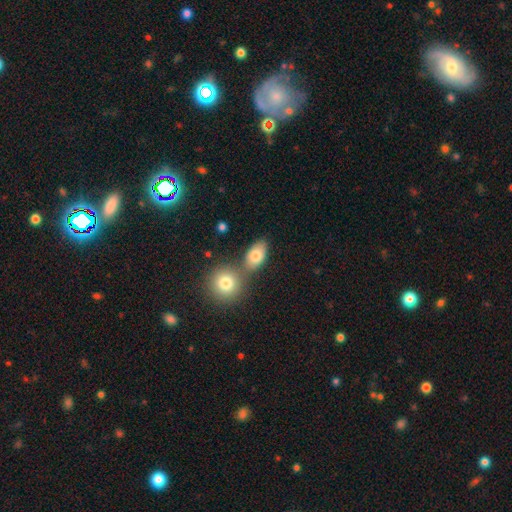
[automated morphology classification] Smooth or featured? Predicted: smooth (p=0.80). How rounded? Predicted: in between (p=0.83). Merging? Predicted: none (p=0.56).